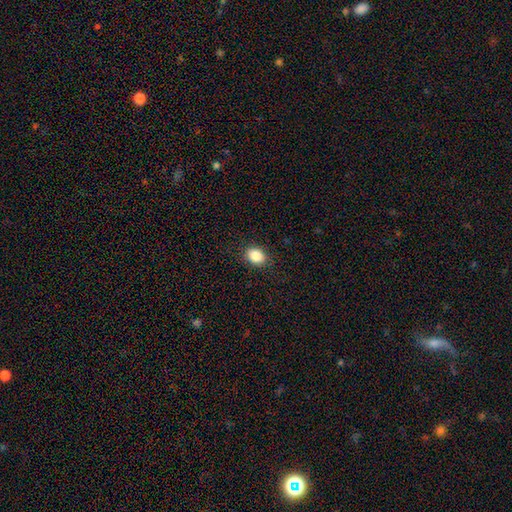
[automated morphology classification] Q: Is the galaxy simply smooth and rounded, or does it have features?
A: smooth — 87%.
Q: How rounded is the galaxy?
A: in between — 65%.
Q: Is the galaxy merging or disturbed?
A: none — 89%.